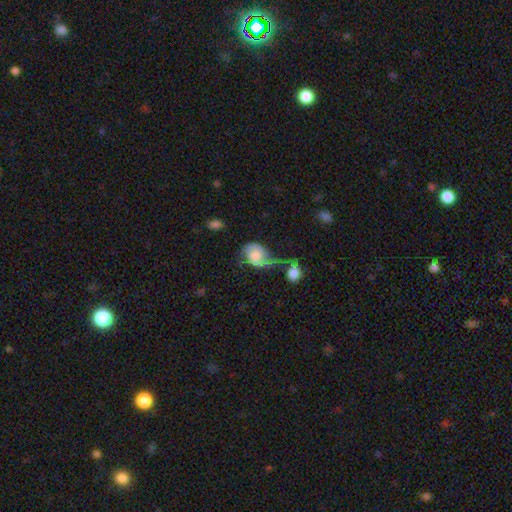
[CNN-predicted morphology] Overall: featured or disk (58%; smooth 35%). Edge-on disk: no (97%). Bar: no (71%). Spiral arms: yes (84%). Bulge size: moderate (45%; small 26%). Merging: merger (44%; major disturbance 23%).